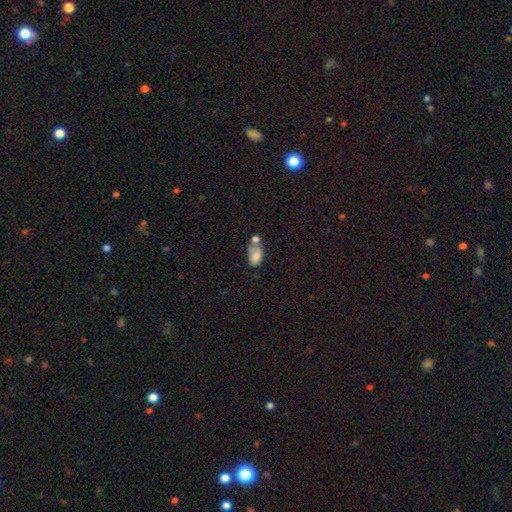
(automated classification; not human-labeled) Morphology: type=smooth (73%); roundness=in between (88%); merging=merger (47%).